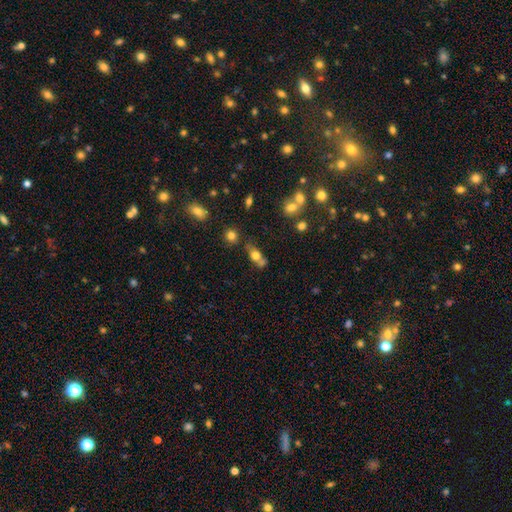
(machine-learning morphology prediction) This appears to be a smooth galaxy with no disk features (66%) that is in between round and cigar-shaped (61%). Merging: none (44%).